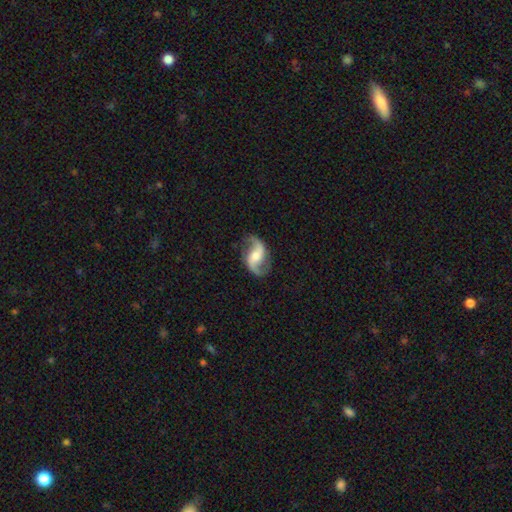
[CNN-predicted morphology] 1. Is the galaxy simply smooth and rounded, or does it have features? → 90% featured or disk, 6% smooth, 4% star or artifact.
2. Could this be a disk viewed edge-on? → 98% no, 2% yes.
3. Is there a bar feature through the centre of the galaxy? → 40% no (tied), 40% weak (tied), 20% strong.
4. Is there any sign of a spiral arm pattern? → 97% yes, 3% no.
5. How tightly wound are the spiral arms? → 64% loose, 30% medium, 7% tight.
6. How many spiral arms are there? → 94% 2, 2% 1, 2% can't tell, 1% 3, 1% 4, 1% more than 4.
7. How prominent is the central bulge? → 58% moderate, 27% small, 10% large, 4% none, 2% dominant.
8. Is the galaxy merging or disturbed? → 82% none, 12% minor disturbance, 5% major disturbance, 1% merger.